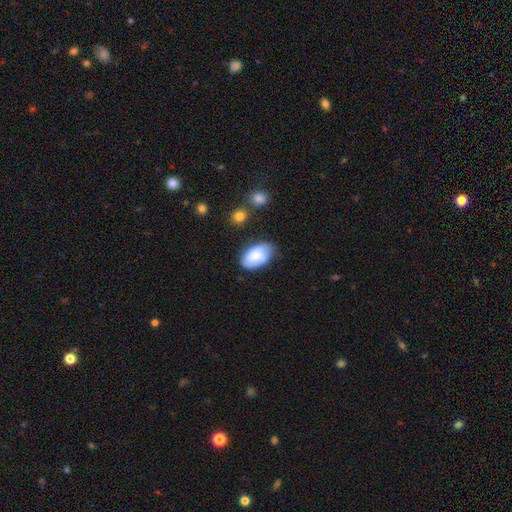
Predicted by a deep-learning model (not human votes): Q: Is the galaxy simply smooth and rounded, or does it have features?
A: smooth — 73%.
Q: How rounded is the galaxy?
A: in between — 92%.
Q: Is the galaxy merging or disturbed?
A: none — 69%.